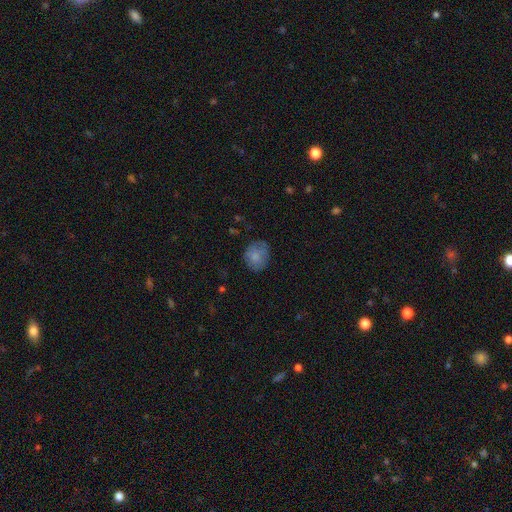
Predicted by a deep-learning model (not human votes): This is likely a smooth galaxy (77%). How rounded: likely round (70%). Merging: likely none (69%).